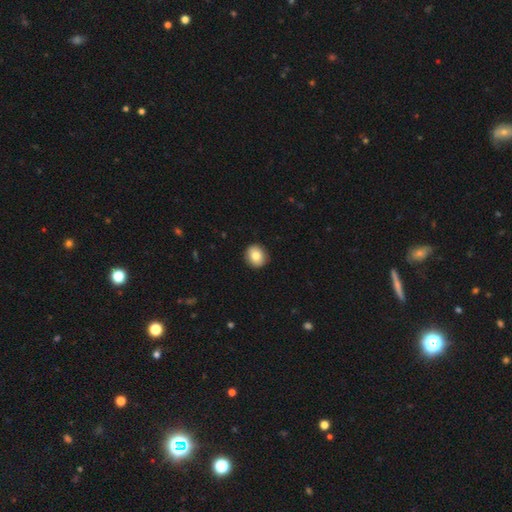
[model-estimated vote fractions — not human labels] Smooth or featured: smooth — 81% (featured or disk — 11%)
How rounded: round — 83% (in between — 16%)
Merging: none — 91% (minor disturbance — 6%)